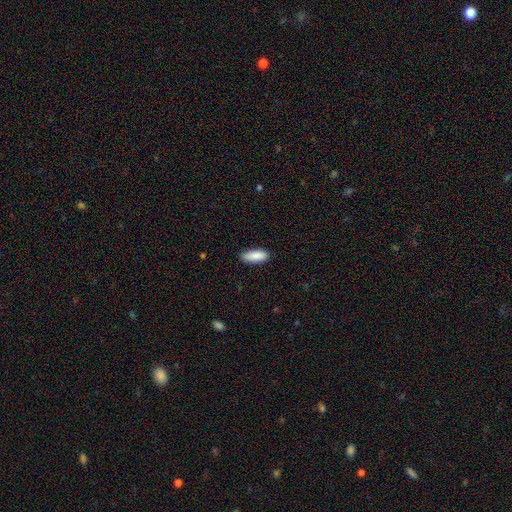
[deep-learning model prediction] This appears to be a smooth galaxy with no disk features (89%) that is in between round and cigar-shaped (67%). Merging: none (88%).